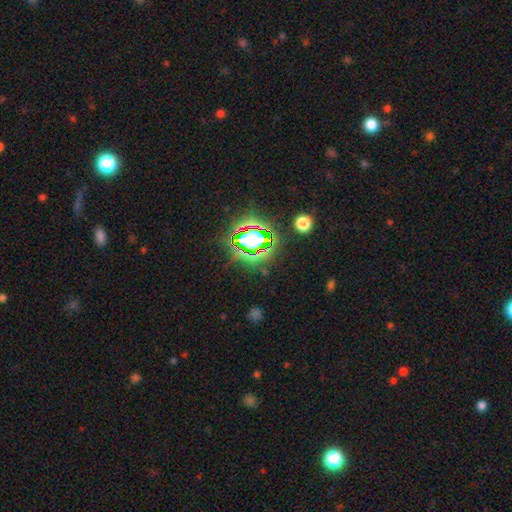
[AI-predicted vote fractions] smooth-or-featured: star or artifact: 79% | smooth: 14% | featured or disk: 8%